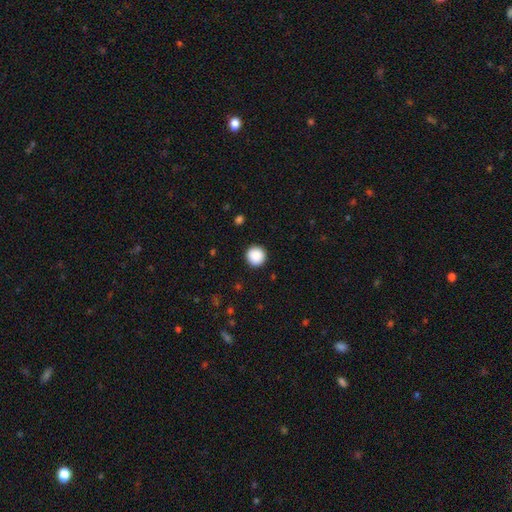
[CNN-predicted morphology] Smooth or featured?
  - smooth: 89% *
  - star or artifact: 8%
  - featured or disk: 3%
How rounded?
  - round: 95% *
  - in between: 4%
  - cigar-shaped: 1%
Merging?
  - none: 92% *
  - minor disturbance: 5%
  - major disturbance: 2%
  - merger: 1%